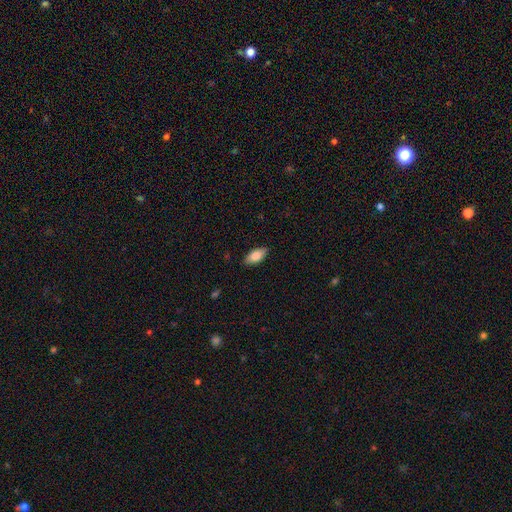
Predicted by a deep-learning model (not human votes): Q: Smooth or featured?
A: smooth (79%); runner-up: featured or disk (14%)
Q: How rounded?
A: in between (89%); runner-up: cigar-shaped (9%)
Q: Merging?
A: none (87%); runner-up: minor disturbance (10%)